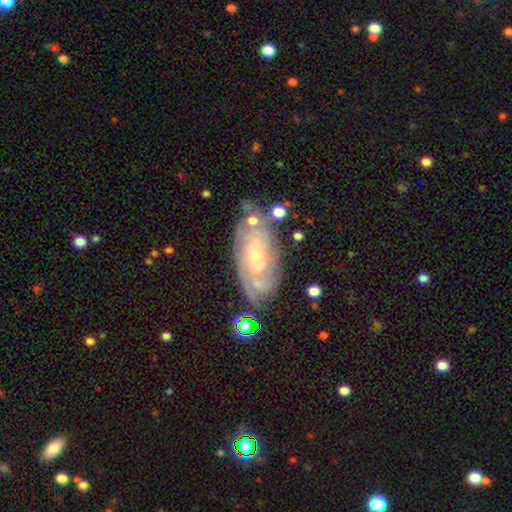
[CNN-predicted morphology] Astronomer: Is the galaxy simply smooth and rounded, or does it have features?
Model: featured or disk — 72%.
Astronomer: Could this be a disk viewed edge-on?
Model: no — 92%.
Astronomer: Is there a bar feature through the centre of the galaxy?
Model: no — 68%.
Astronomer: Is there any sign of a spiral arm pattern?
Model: yes — 89%.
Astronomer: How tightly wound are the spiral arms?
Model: tight — 68%.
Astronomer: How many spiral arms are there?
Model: can't tell — 53%.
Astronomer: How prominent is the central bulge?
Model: small — 65%.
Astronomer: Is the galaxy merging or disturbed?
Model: none — 67%.